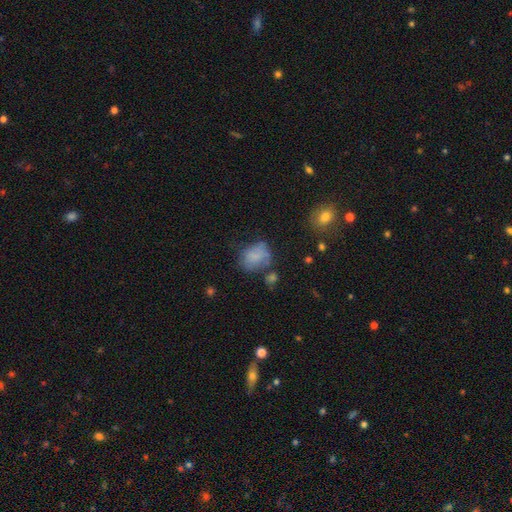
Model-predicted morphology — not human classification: smooth 71%, featured or disk 18%, star or artifact 11%. Down the decision tree: how rounded — in between (58%); merging — none (44%).